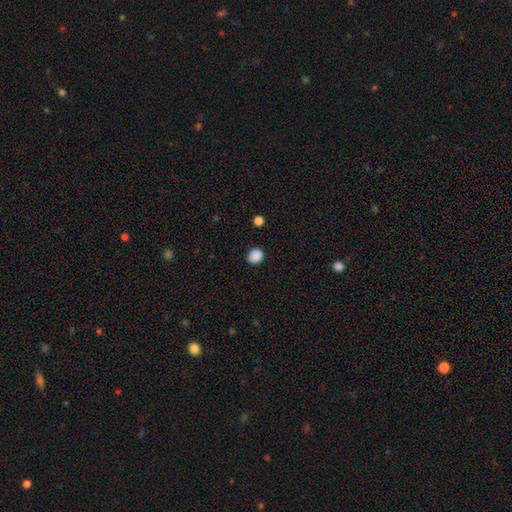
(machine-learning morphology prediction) This is clearly a smooth galaxy (88%). How rounded: likely round (63%). Merging: clearly none (88%).